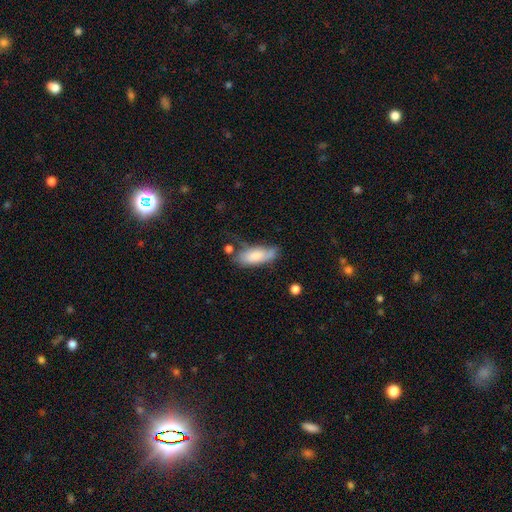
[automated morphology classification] smooth_or_featured: smooth (p=0.73) [alt: featured or disk p=0.20]
how_rounded: in between (p=0.78) [alt: cigar-shaped p=0.20]
merging: none (p=0.43) [alt: minor disturbance p=0.31]